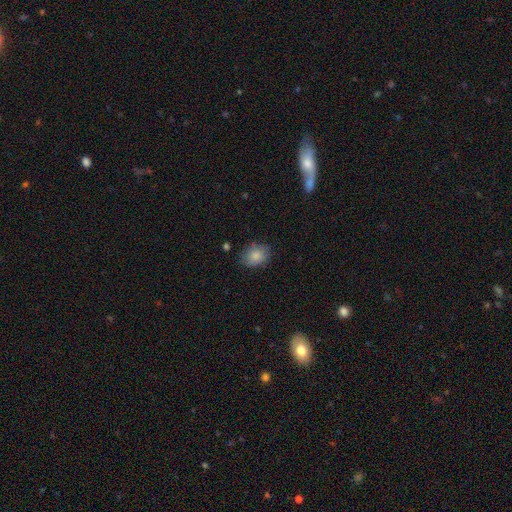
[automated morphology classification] A smooth galaxy with no disk features (84%) that is in between round and cigar-shaped (63%).

Vote fractions:
- Smooth or featured? smooth: 84% / featured or disk: 8% / star or artifact: 7%
- How rounded? in between: 63% / round: 36% / cigar-shaped: 1%
- Merging? none: 75% / minor disturbance: 19% / major disturbance: 4% / merger: 2%